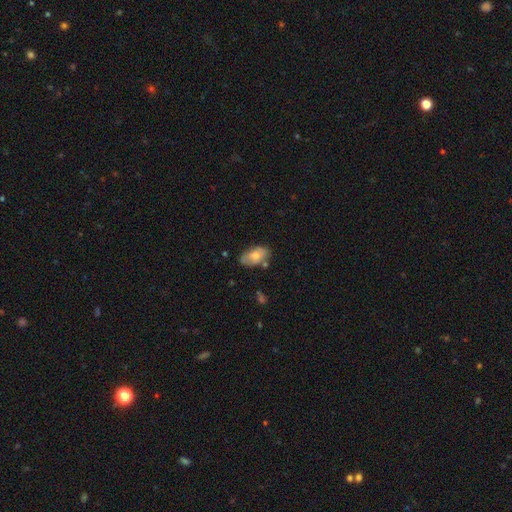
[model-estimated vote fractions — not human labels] smooth 64%, featured or disk 29%, star or artifact 7%. Down the decision tree: how rounded — in between (92%); merging — none (66%).